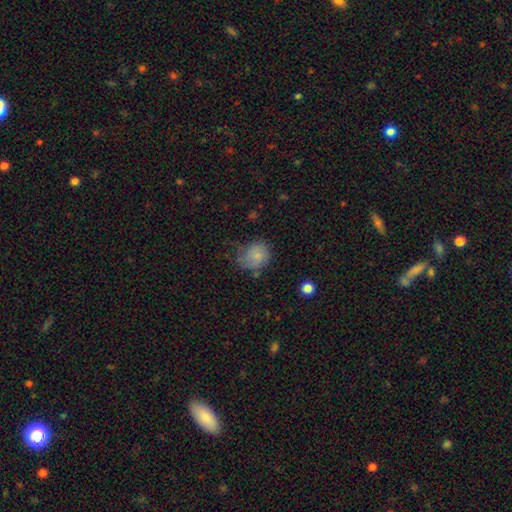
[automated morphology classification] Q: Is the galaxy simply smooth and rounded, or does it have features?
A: smooth — 76%.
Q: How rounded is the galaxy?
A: round — 65%.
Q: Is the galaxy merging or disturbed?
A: none — 53%.